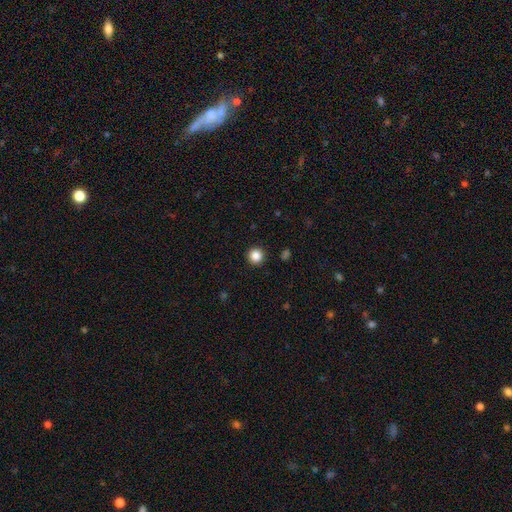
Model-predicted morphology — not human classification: Smooth or featured? smooth (86%)
How rounded? round (95%)
Merging? none (93%)